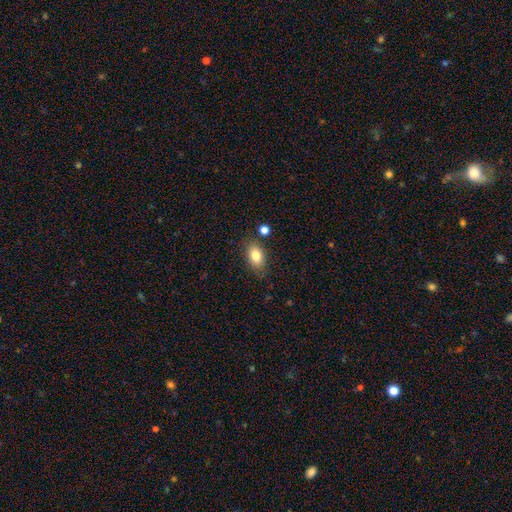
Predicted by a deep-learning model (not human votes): The model was most divided on "merging": none: 79%, minor disturbance: 13%, merger: 5%, major disturbance: 3%. More confident: how rounded — in between (87%); smooth or featured — smooth (83%).